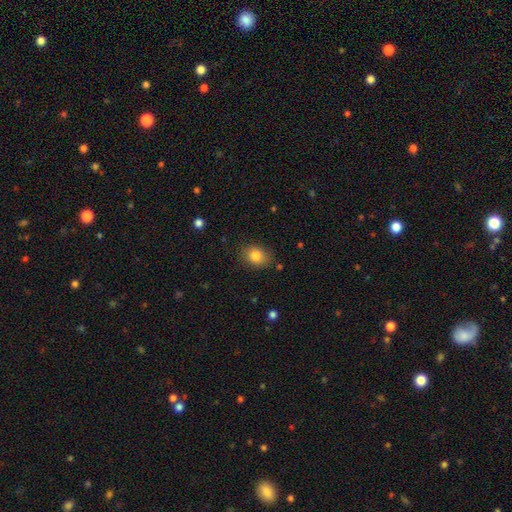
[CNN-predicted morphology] type=smooth (83%); roundness=in between (57%); merging=none (81%).